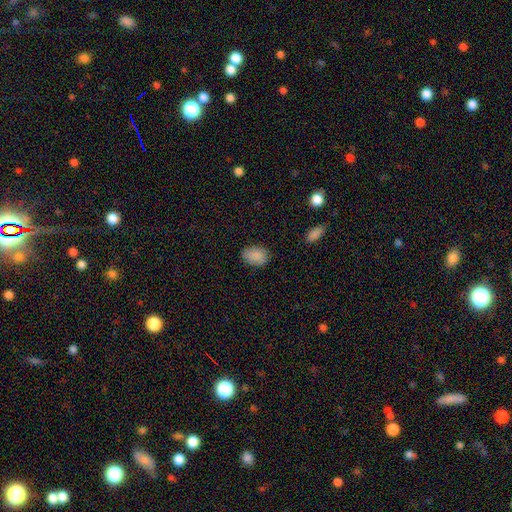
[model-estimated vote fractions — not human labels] smooth_or_featured: smooth (p=0.88) [alt: star or artifact p=0.08]
how_rounded: in between (p=0.84) [alt: round p=0.15]
merging: none (p=0.82) [alt: minor disturbance p=0.14]